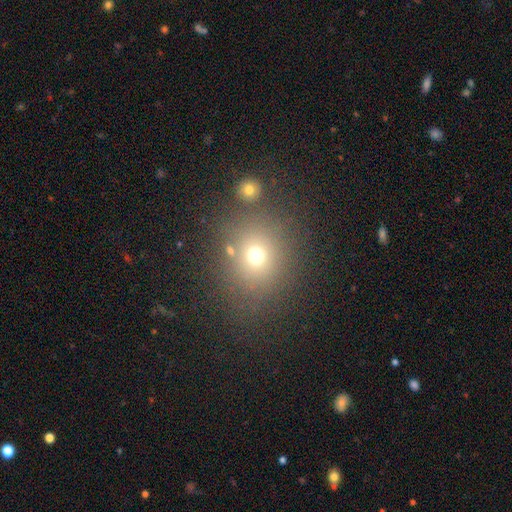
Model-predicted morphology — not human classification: Smooth or featured? Predicted: smooth (p=0.68). How rounded? Predicted: round (p=0.79). Merging? Predicted: none (p=0.74).